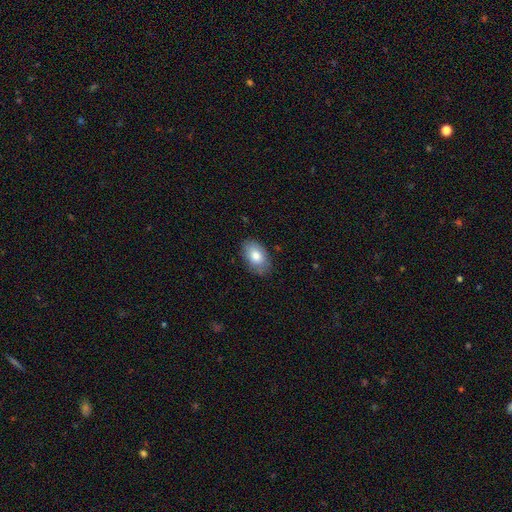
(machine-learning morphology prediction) Overall: smooth (81%). How rounded: in between (91%). Merging: none (81%).